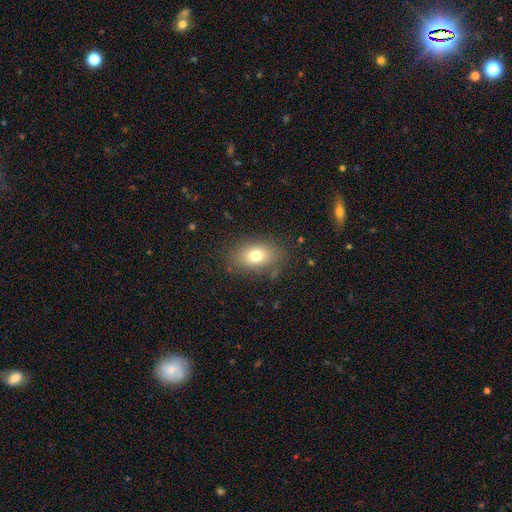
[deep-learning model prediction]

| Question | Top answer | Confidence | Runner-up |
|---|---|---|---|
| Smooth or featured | smooth | 76% | featured or disk (13%) |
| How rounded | in between | 83% | round (16%) |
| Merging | none | 82% | minor disturbance (12%) |